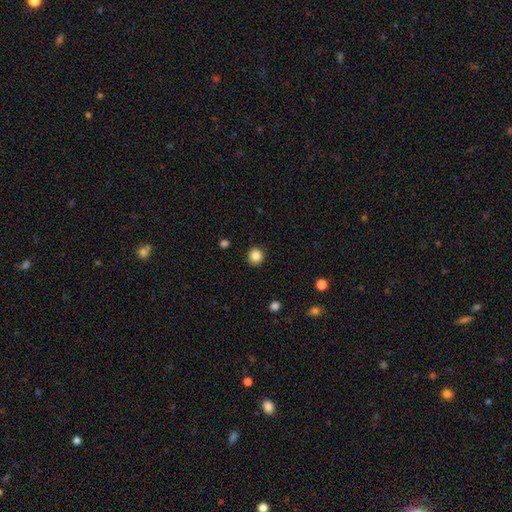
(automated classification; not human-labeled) Smooth or featured: smooth — 86% (star or artifact — 11%)
How rounded: round — 93% (in between — 6%)
Merging: none — 91% (minor disturbance — 6%)